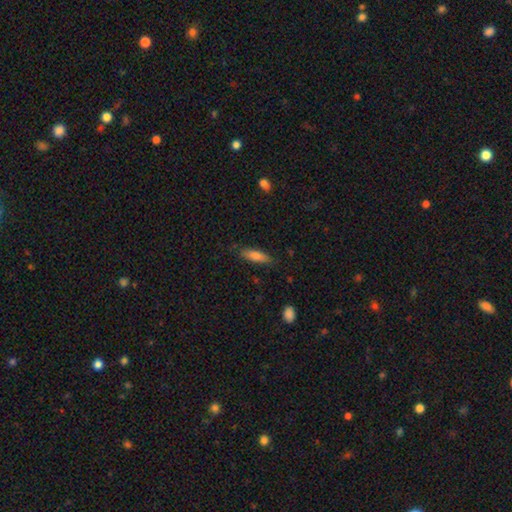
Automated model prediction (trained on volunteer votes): Smooth or featured? Predicted: smooth (p=0.78). How rounded? Predicted: cigar-shaped (p=0.55). Merging? Predicted: none (p=0.80).